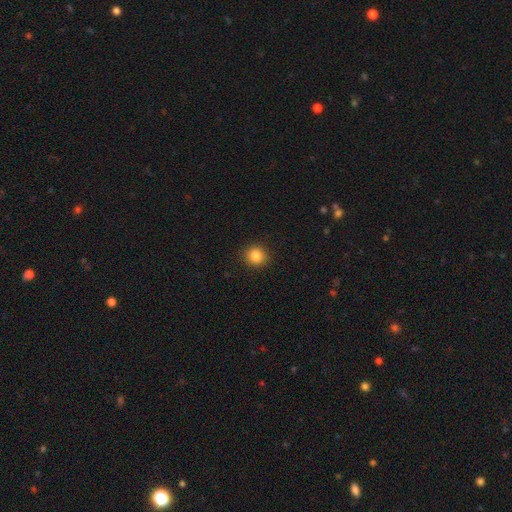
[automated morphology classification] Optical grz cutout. It shows a smooth galaxy with no disk features (85%) that is round (87%). Merging: none (91%).